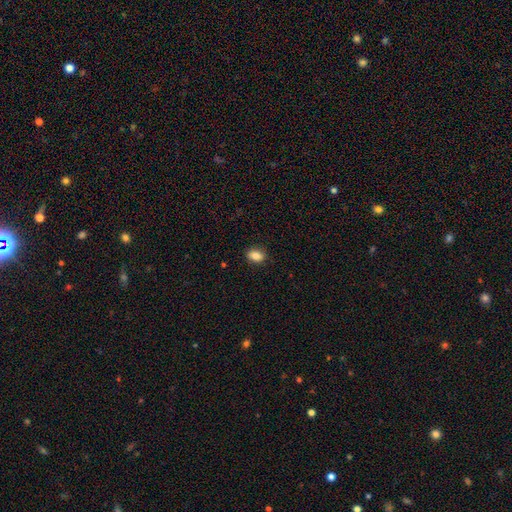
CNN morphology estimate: The model was most divided on "how rounded": in between: 80%, round: 18%, cigar-shaped: 2%. More confident: merging — none (88%); smooth or featured — smooth (86%).